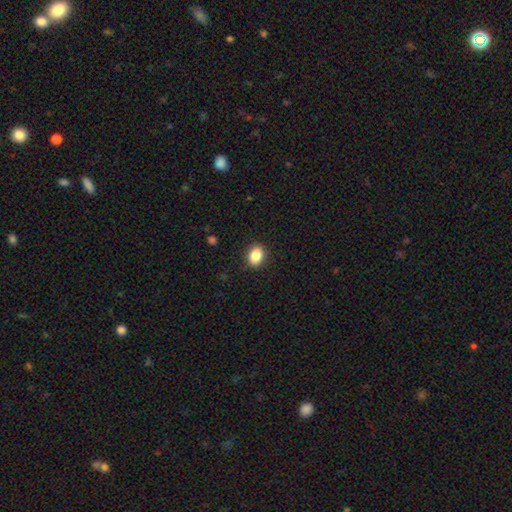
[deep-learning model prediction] The model was most divided on "how rounded": in between: 71%, round: 28%, cigar-shaped: 1%. More confident: merging — none (90%); smooth or featured — smooth (87%).